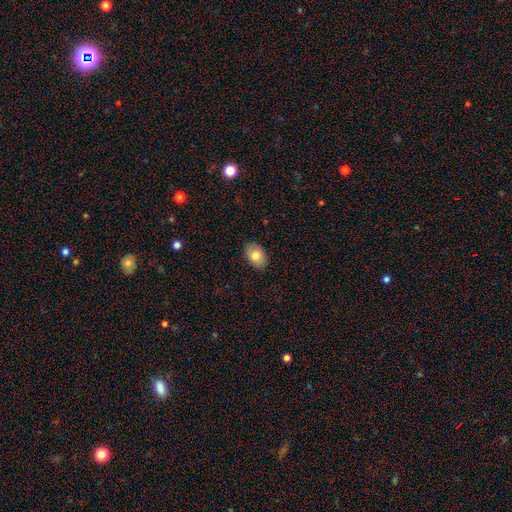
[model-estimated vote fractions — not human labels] A smooth galaxy with no disk features (80%) that is in between round and cigar-shaped (85%). Merging: none (88%).